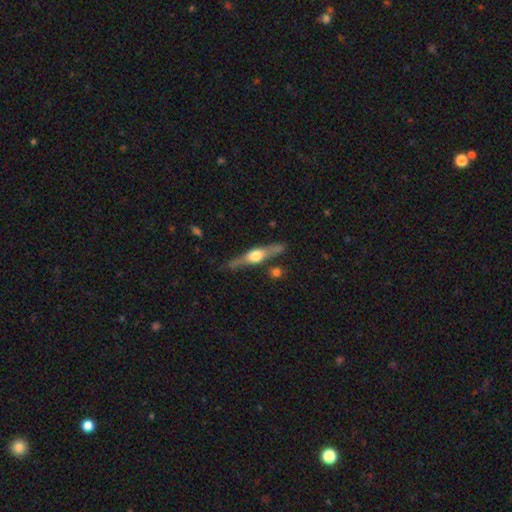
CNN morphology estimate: Overall: featured or disk (72%). Edge-on disk: yes (96%). Edge-on bulge: rounded (93%). Merging: none (79%).